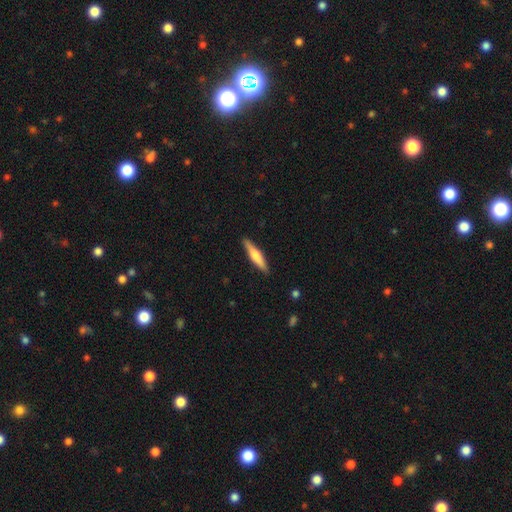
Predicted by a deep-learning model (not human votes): The model was most divided on "smooth or featured": smooth: 51%, featured or disk: 44%, star or artifact: 5%. More confident: merging — none (90%); how rounded — cigar-shaped (86%).